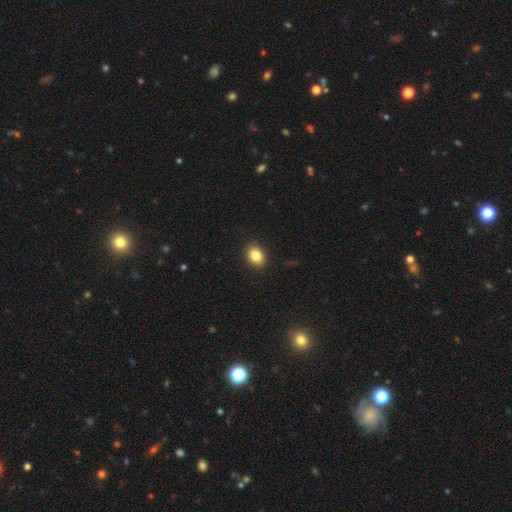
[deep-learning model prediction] Morphology: type=smooth (84%); roundness=round (57%); merging=none (90%).